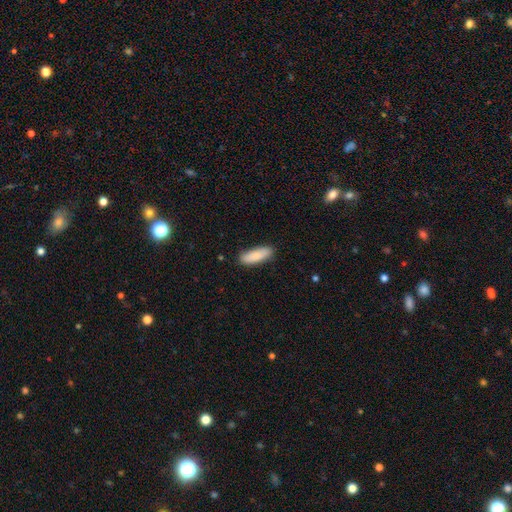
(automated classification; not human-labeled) smooth_or_featured: smooth (p=0.86) [alt: featured or disk p=0.08]
how_rounded: in between (p=0.56) [alt: cigar-shaped p=0.42]
merging: none (p=0.85) [alt: minor disturbance p=0.12]